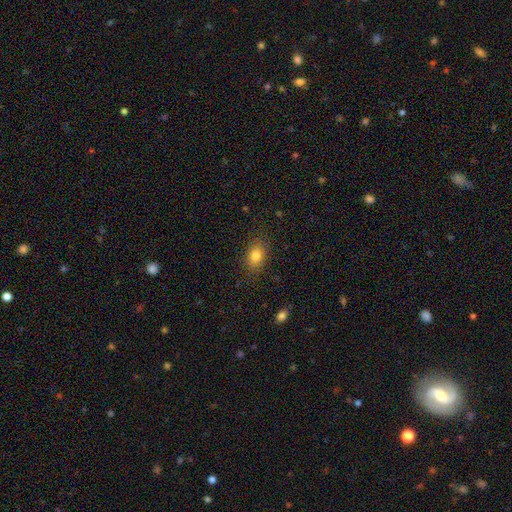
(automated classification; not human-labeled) smooth_or_featured: smooth (p=0.81) [alt: star or artifact p=0.10]
how_rounded: in between (p=0.76) [alt: round p=0.22]
merging: none (p=0.83) [alt: minor disturbance p=0.12]